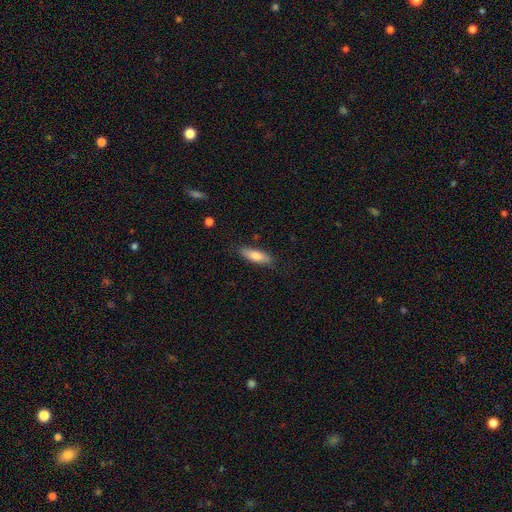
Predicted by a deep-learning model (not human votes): Q: Smooth or featured?
A: smooth (79%); runner-up: featured or disk (15%)
Q: How rounded?
A: cigar-shaped (51%); runner-up: in between (47%)
Q: Merging?
A: none (83%); runner-up: minor disturbance (13%)